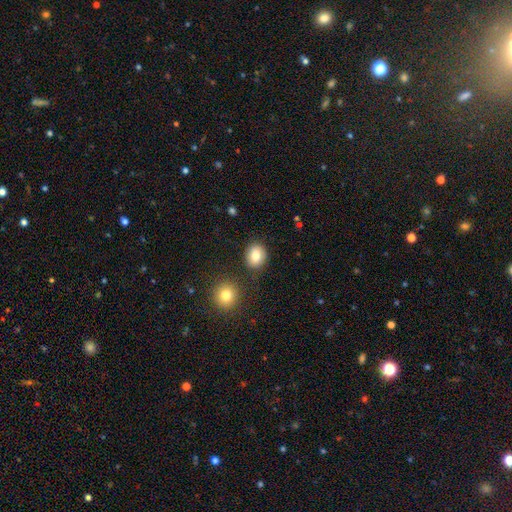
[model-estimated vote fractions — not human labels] Overall: smooth (81%). How rounded: round (60%; in between 39%). Merging: none (82%).